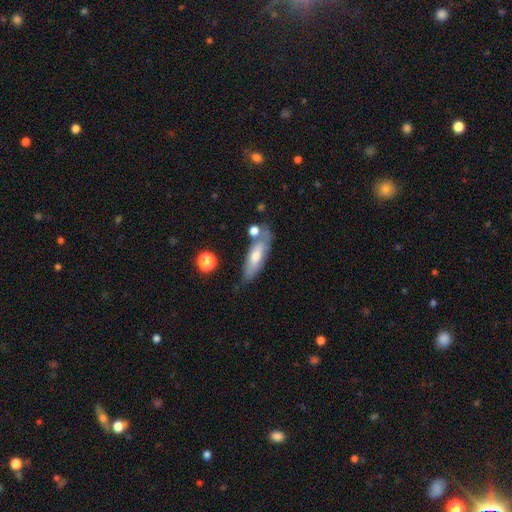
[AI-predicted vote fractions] Smooth or featured? smooth (54%)
How rounded? in between (50%)
Merging? none (58%)